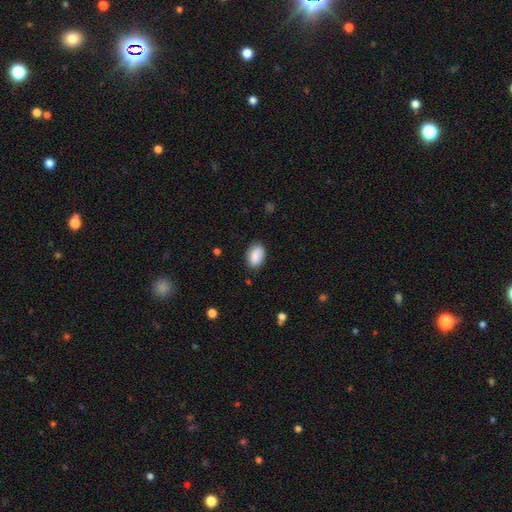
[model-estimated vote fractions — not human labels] smooth_or_featured: smooth (p=0.86) [alt: featured or disk p=0.07]
how_rounded: in between (p=0.89) [alt: round p=0.10]
merging: none (p=0.82) [alt: minor disturbance p=0.14]